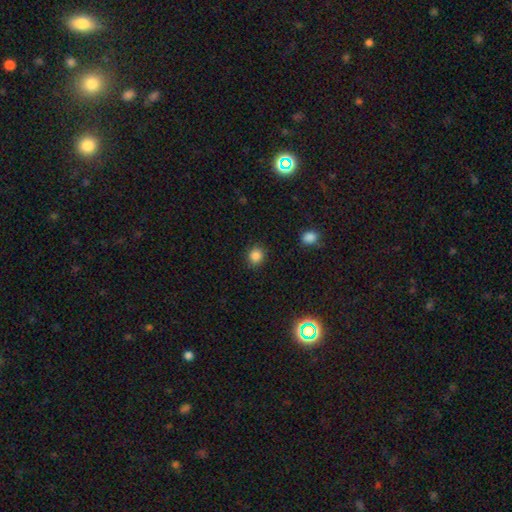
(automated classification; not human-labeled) Smooth or featured? smooth (85%)
How rounded? round (77%)
Merging? none (88%)